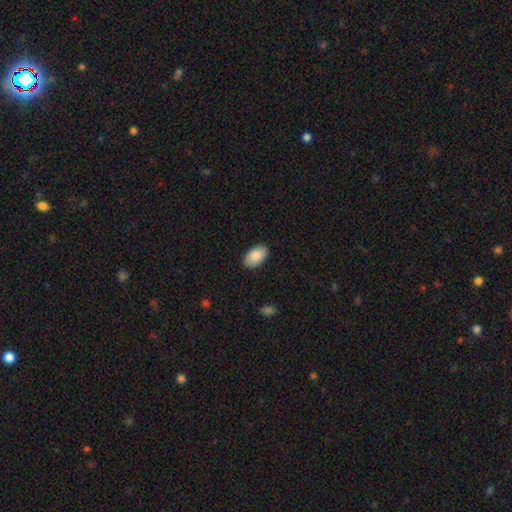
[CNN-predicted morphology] A smooth galaxy with no disk features (89%) that is in between round and cigar-shaped (95%).

Vote fractions:
- Smooth or featured? smooth: 89% / star or artifact: 6% / featured or disk: 5%
- How rounded? in between: 95% / round: 4% / cigar-shaped: 1%
- Merging? none: 87% / minor disturbance: 10% / major disturbance: 2% / merger: 1%